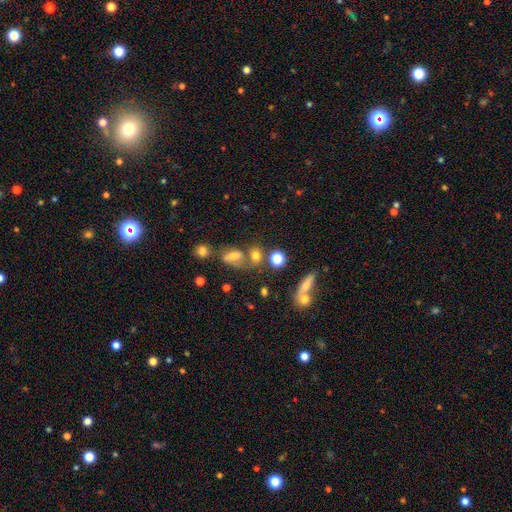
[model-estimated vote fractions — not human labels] This appears to be a smooth galaxy with no disk features (67%) that is in between round and cigar-shaped (52%). Merging: none (44%).